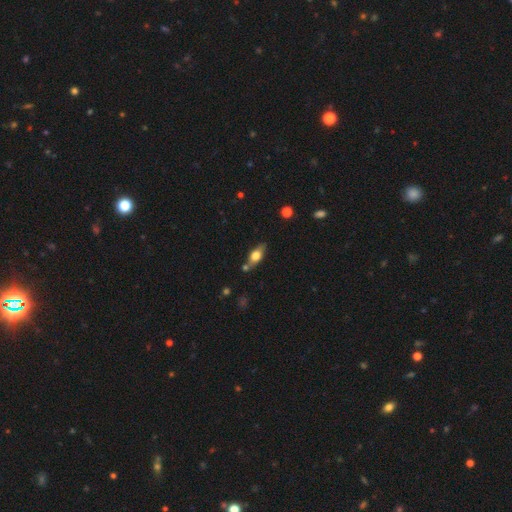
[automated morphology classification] This appears to be a smooth galaxy with no disk features (63%) that is in between round and cigar-shaped (77%). Merging: none (70%).